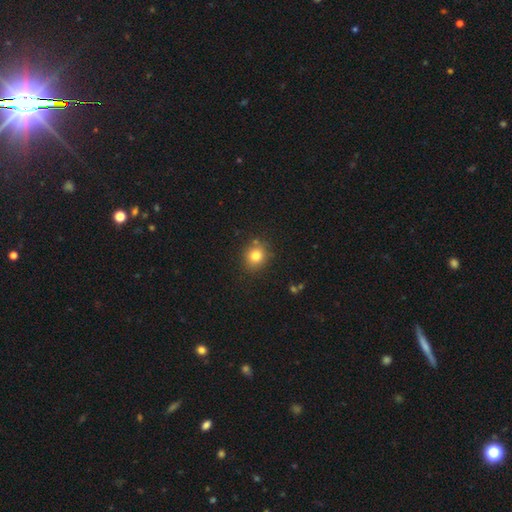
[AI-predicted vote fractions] Smooth or featured: smooth — 79% (star or artifact — 13%)
How rounded: round — 81% (in between — 18%)
Merging: none — 84% (minor disturbance — 10%)